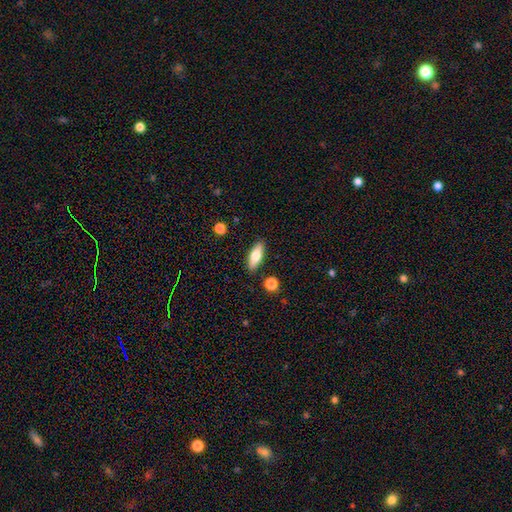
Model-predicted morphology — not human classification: Smooth or featured: smooth — 71% (featured or disk — 23%)
How rounded: in between — 66% (cigar-shaped — 31%)
Merging: none — 86% (minor disturbance — 9%)